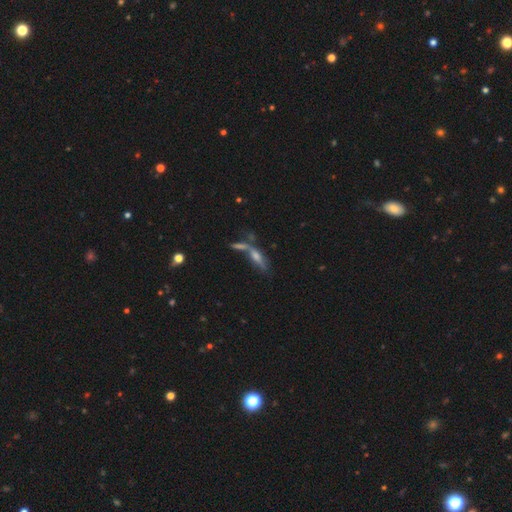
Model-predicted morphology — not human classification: Smooth or featured?
  - featured or disk: 48% *
  - smooth: 38%
  - star or artifact: 15%
Merging?
  - none: 40% *
  - merger: 38%
  - minor disturbance: 13%
  - major disturbance: 9%